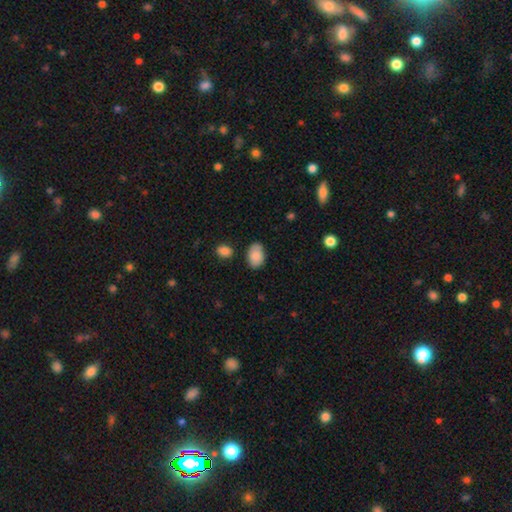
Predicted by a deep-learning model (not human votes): Smooth or featured? Predicted: smooth (p=0.83). How rounded? Predicted: in between (p=0.88). Merging? Predicted: none (p=0.79).